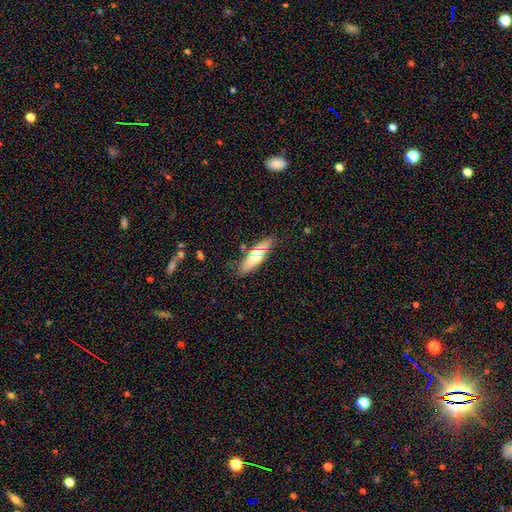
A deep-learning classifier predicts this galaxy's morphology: Smooth or featured? smooth (57%)
How rounded? cigar-shaped (59%)
Merging? none (80%)